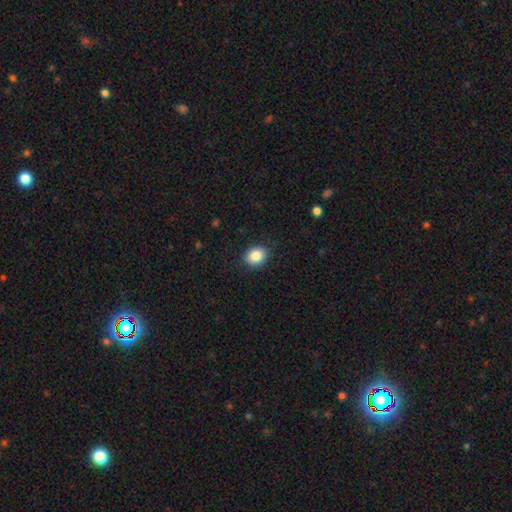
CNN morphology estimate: Overall: smooth (87%). How rounded: in between (51%; round 48%). Merging: none (88%).